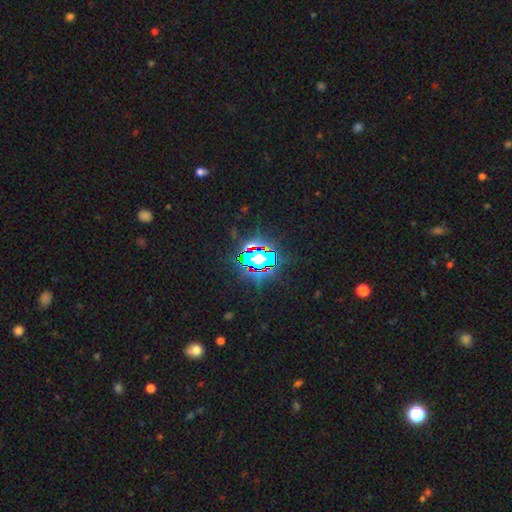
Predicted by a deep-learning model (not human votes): This appears to be a star or artifact, not a galaxy (81%).